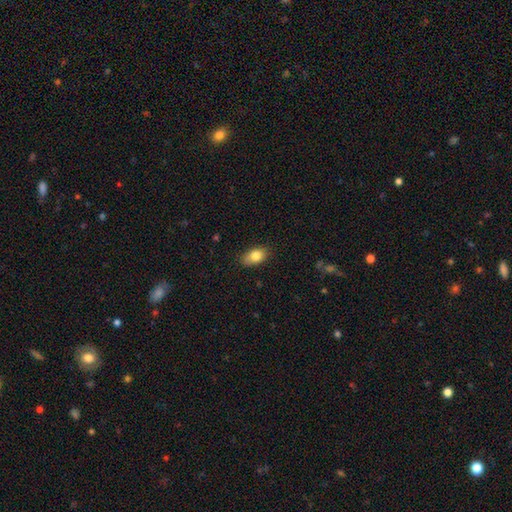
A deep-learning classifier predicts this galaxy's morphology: A smooth galaxy with no disk features (81%) that is in between round and cigar-shaped (87%).

Vote fractions:
- Smooth or featured? smooth: 81% / featured or disk: 11% / star or artifact: 8%
- How rounded? in between: 87% / round: 10% / cigar-shaped: 3%
- Merging? none: 83% / minor disturbance: 14% / major disturbance: 3% / merger: 1%